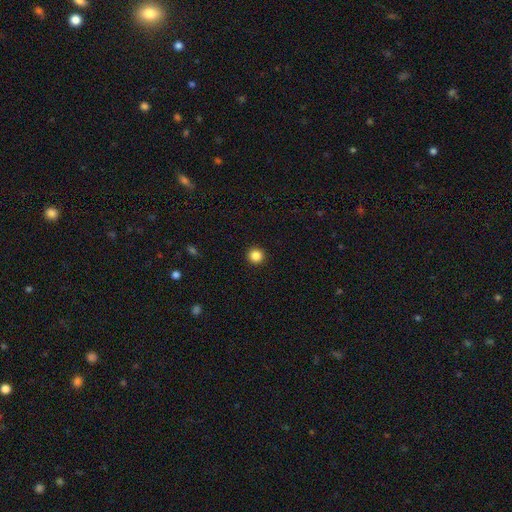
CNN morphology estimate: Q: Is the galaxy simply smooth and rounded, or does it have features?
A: smooth — 86%.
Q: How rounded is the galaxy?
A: round — 95%.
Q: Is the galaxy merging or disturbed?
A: none — 94%.